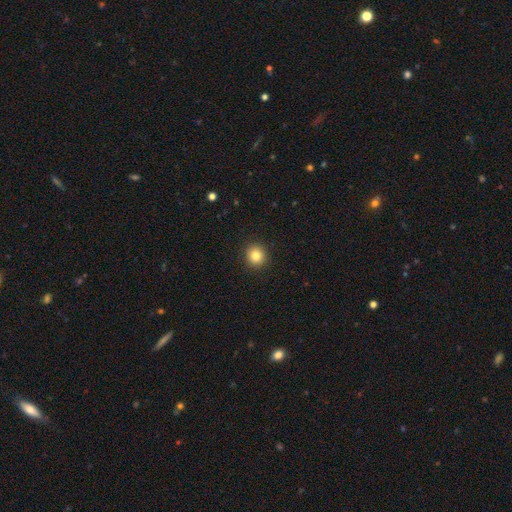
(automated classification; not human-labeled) A smooth galaxy with no disk features (83%) that is round (91%). Merging: none (92%).